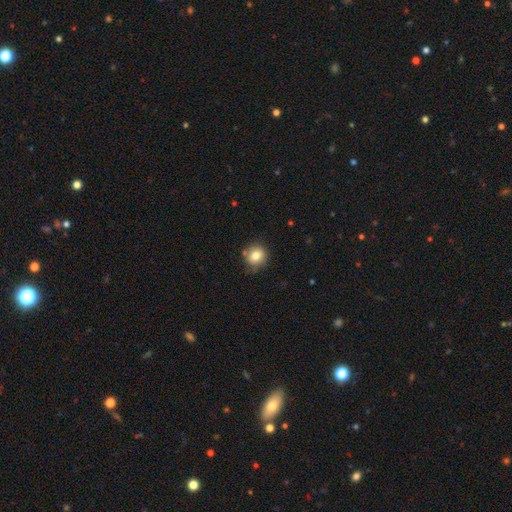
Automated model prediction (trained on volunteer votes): Smooth or featured?
  - smooth: 79% *
  - featured or disk: 10%
  - star or artifact: 10%
How rounded?
  - round: 85% *
  - in between: 15%
  - cigar-shaped: 1%
Merging?
  - none: 74% *
  - minor disturbance: 19%
  - merger: 4%
  - major disturbance: 4%